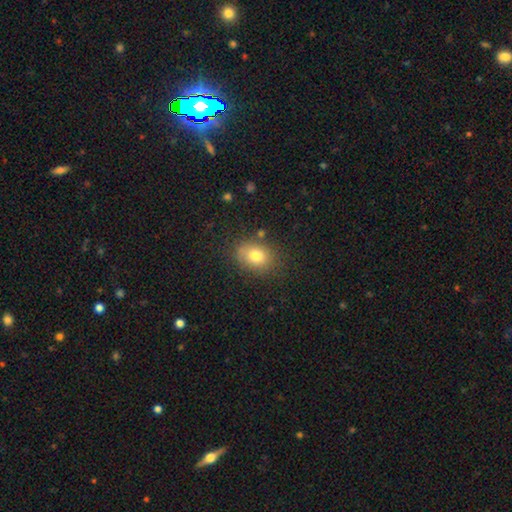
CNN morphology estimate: A smooth galaxy with no disk features (78%) that is in between round and cigar-shaped (65%).

Vote fractions:
- Smooth or featured? smooth: 78% / featured or disk: 12% / star or artifact: 11%
- How rounded? in between: 65% / round: 34% / cigar-shaped: 1%
- Merging? none: 77% / minor disturbance: 16% / major disturbance: 4% / merger: 3%